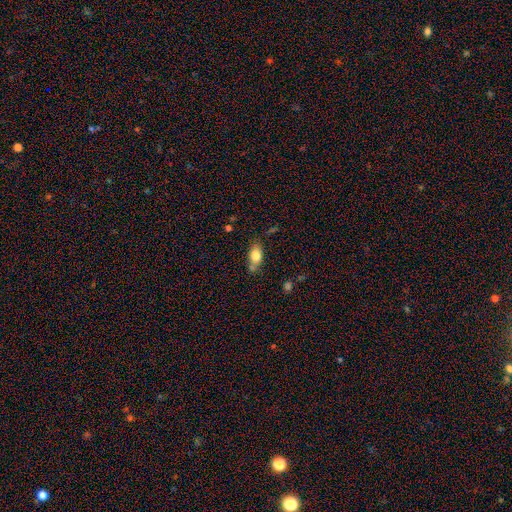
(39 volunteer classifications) This is likely a smooth galaxy (77%). How rounded: clearly in between (87%). Merging: possibly none (53%).